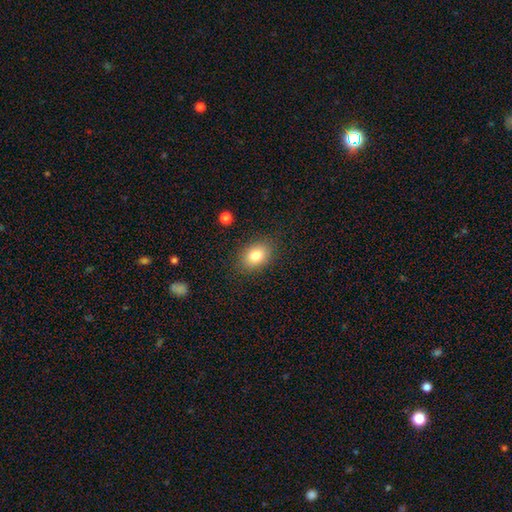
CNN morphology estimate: smooth-or-featured: smooth: 82% | featured or disk: 9% | star or artifact: 9%
  how-rounded: in between: 76% | round: 23% | cigar-shaped: 1%
  merging: none: 85% | minor disturbance: 10% | major disturbance: 3% | merger: 1%